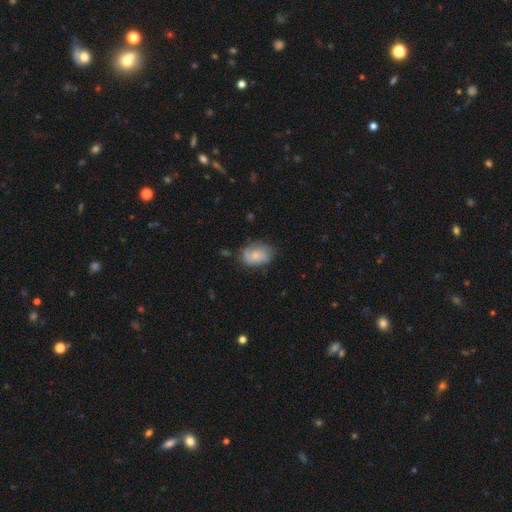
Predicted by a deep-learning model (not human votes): Morphology: type=smooth (59%); roundness=in between (79%); merging=none (58%).